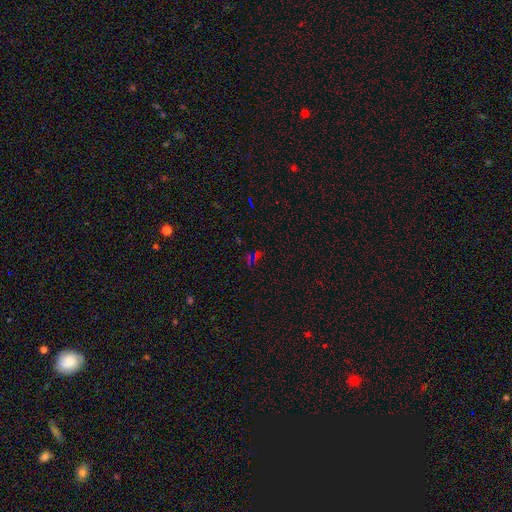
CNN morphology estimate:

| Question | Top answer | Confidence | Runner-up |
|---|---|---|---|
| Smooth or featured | star or artifact | 64% | smooth (25%) |